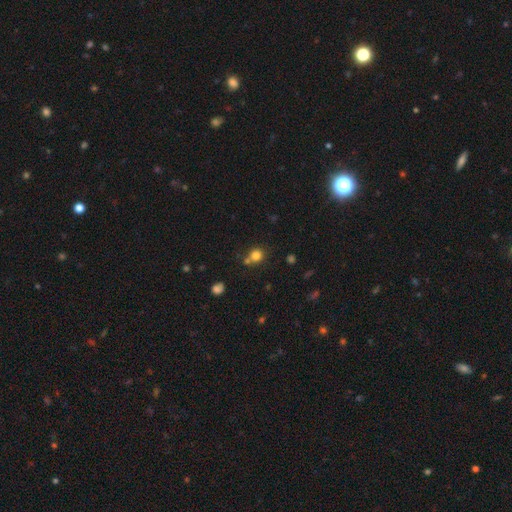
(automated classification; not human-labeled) smooth_or_featured: smooth (p=0.79) [alt: star or artifact p=0.14]
how_rounded: round (p=0.87) [alt: in between p=0.12]
merging: none (p=0.63) [alt: merger p=0.23]